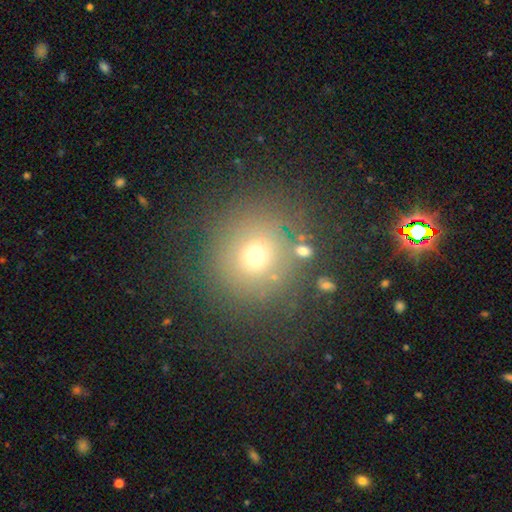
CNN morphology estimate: type=smooth (63%); roundness=round (89%); merging=none (77%).